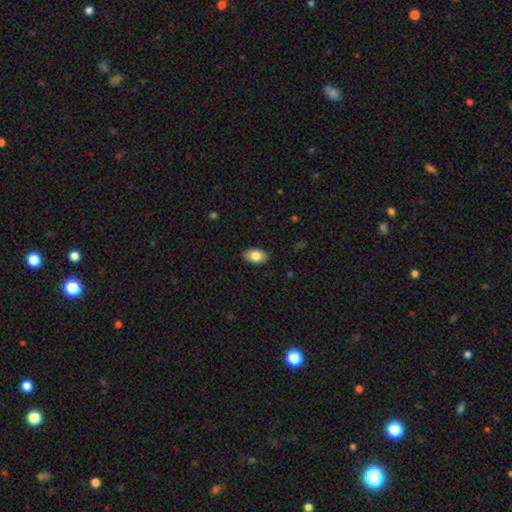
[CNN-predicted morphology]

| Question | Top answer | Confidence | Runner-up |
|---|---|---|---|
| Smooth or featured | smooth | 81% | featured or disk (12%) |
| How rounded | in between | 91% | round (7%) |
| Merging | none | 88% | minor disturbance (9%) |